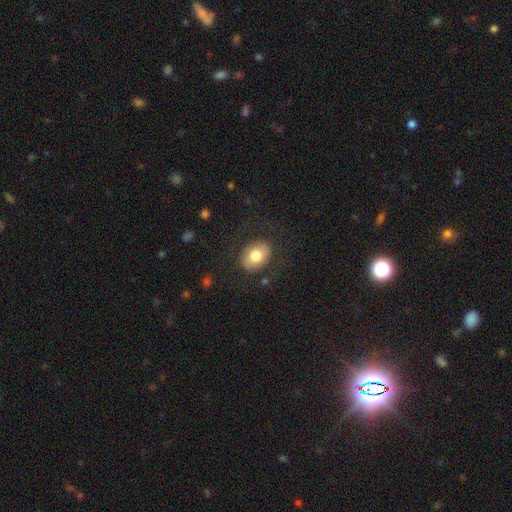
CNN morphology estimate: The model was most divided on "how rounded": in between: 69%, round: 30%, cigar-shaped: 1%. More confident: merging — none (80%); smooth or featured — smooth (77%).